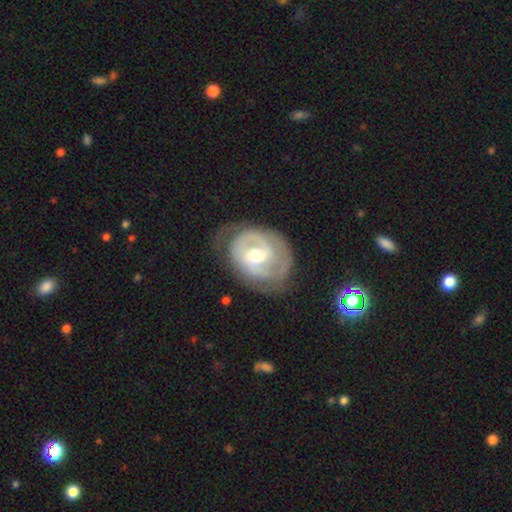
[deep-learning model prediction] A featured or disk galaxy (77%) with a weak bar (45%), 2 (52%) tight (56%) spiral arms (80%) and a moderate central bulge (69%).

Vote fractions:
- Smooth or featured? featured or disk: 77% / smooth: 17% / star or artifact: 5%
- Edge-on disk? no: 97% / yes: 3%
- Bar? weak: 45% / no: 37% / strong: 18%
- Spiral arms? yes: 80% / no: 20%
- Spiral winding? tight: 56% / medium: 32% / loose: 12%
- Spiral arm count? 2: 52% / can't tell: 26% / 1: 12% / 3: 6% / 4: 2% / more than 4: 2%
- Bulge size? moderate: 69% / small: 25% / large: 4% / none: 1% / dominant: 1%
- Merging? none: 62% / minor disturbance: 24% / major disturbance: 13% / merger: 2%